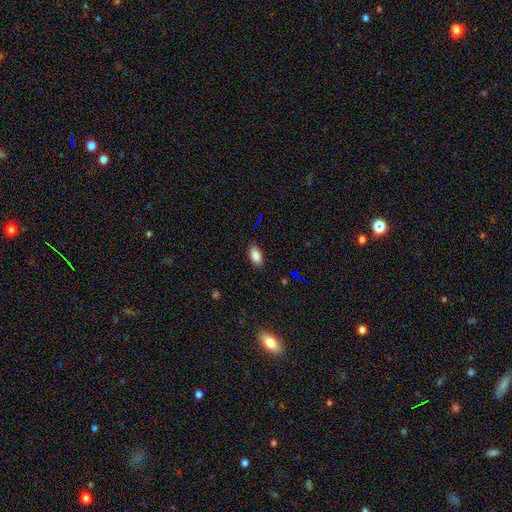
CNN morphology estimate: This is clearly a smooth galaxy (86%). How rounded: clearly in between (92%). Merging: clearly none (87%).